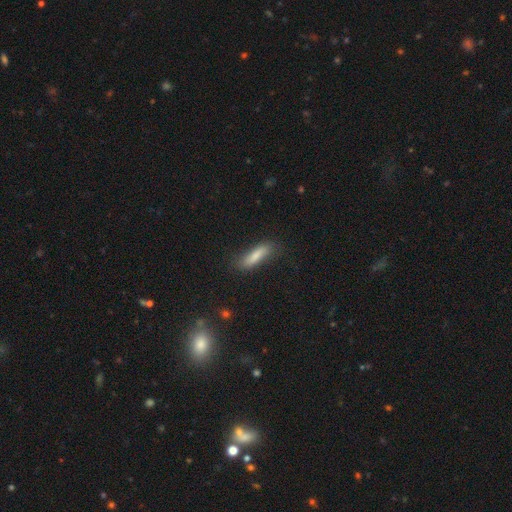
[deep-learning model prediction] Smooth or featured: smooth — 78% (featured or disk — 16%)
How rounded: cigar-shaped — 65% (in between — 33%)
Merging: none — 73% (minor disturbance — 19%)